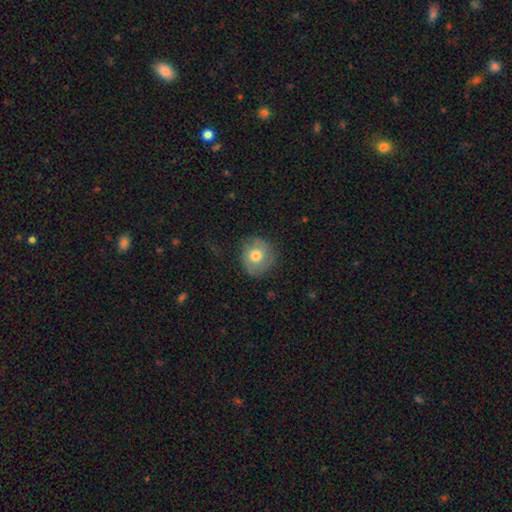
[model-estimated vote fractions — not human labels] A smooth galaxy with no disk features (57%) that is round (81%).

Vote fractions:
- Smooth or featured? smooth: 57% / featured or disk: 35% / star or artifact: 8%
- How rounded? round: 81% / in between: 18% / cigar-shaped: 1%
- Merging? none: 70% / minor disturbance: 20% / major disturbance: 9% / merger: 1%